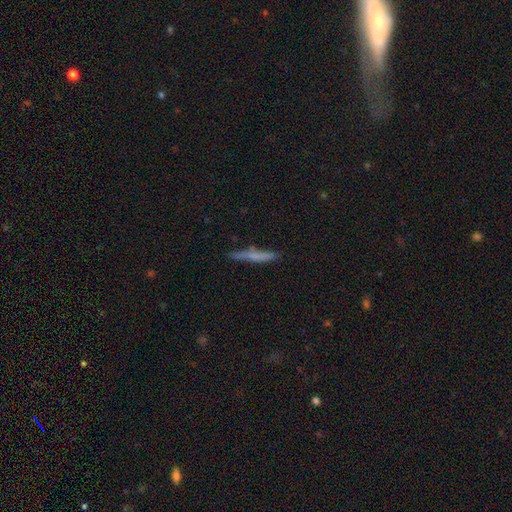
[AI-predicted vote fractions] Morphology: type=smooth (61%); roundness=cigar-shaped (94%); merging=none (80%).